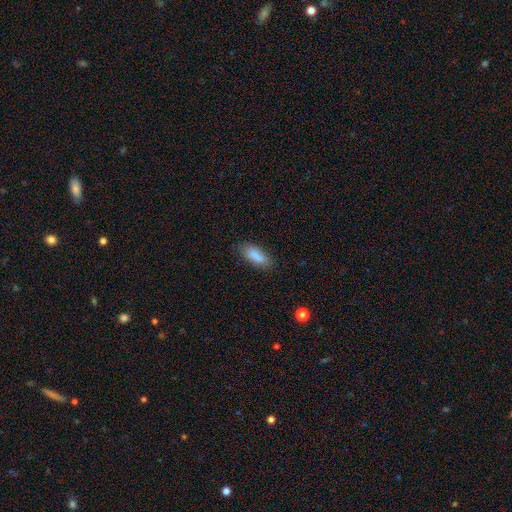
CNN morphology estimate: This is clearly a smooth galaxy (85%). How rounded: likely in between (74%). Merging: likely none (79%).